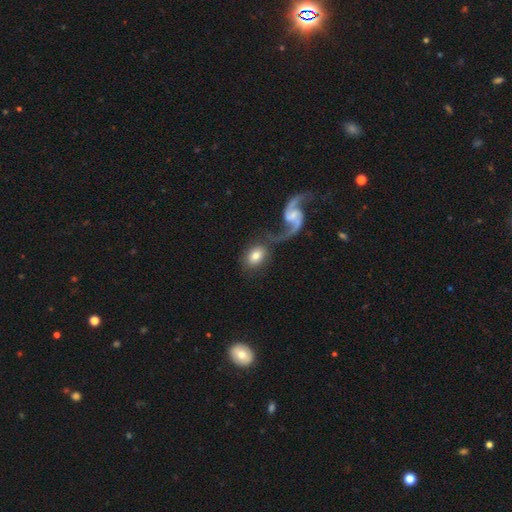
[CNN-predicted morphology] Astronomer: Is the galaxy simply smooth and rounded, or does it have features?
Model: smooth — 67%.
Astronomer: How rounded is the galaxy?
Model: in between — 70%.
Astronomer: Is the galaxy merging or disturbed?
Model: none — 55%.